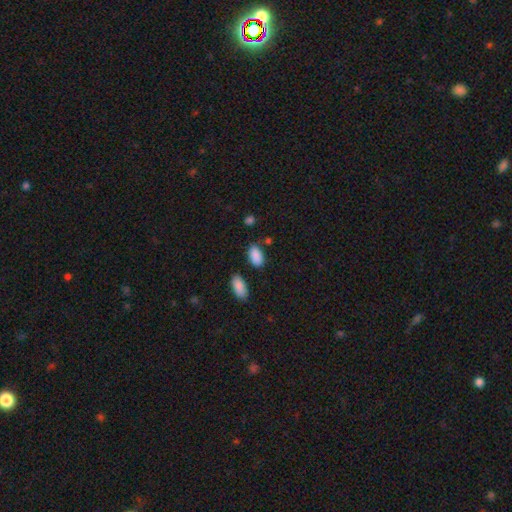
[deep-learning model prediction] Smooth or featured? smooth (89%)
How rounded? in between (93%)
Merging? none (77%)